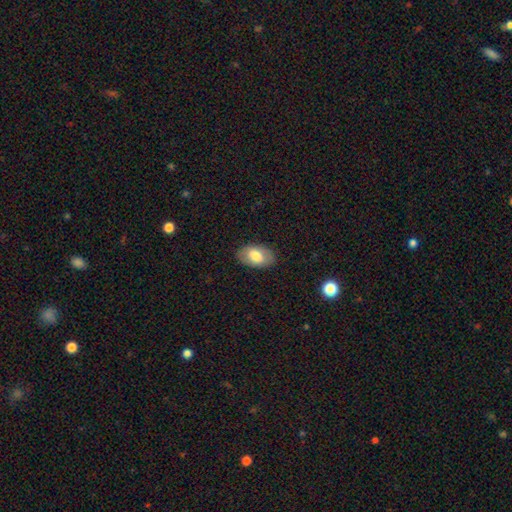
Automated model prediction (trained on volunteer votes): This is likely a smooth galaxy (72%). How rounded: clearly in between (93%). Merging: clearly none (86%).